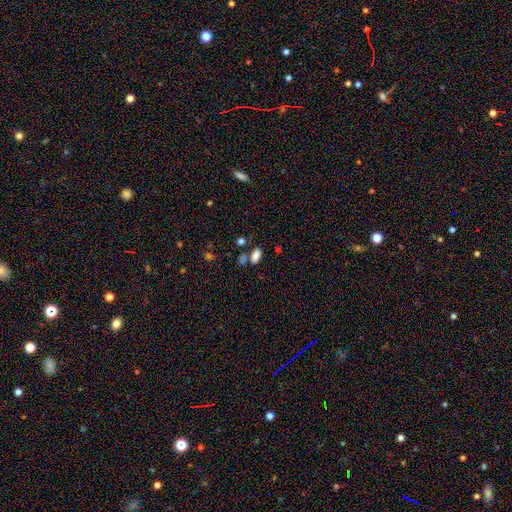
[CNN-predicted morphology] Smooth or featured? smooth (82%)
How rounded? in between (90%)
Merging? none (59%)